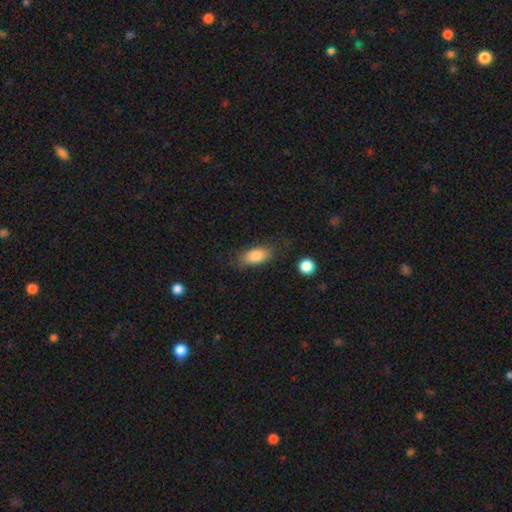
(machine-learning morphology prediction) This is clearly a smooth galaxy (83%). How rounded: clearly in between (87%). Merging: likely none (74%).